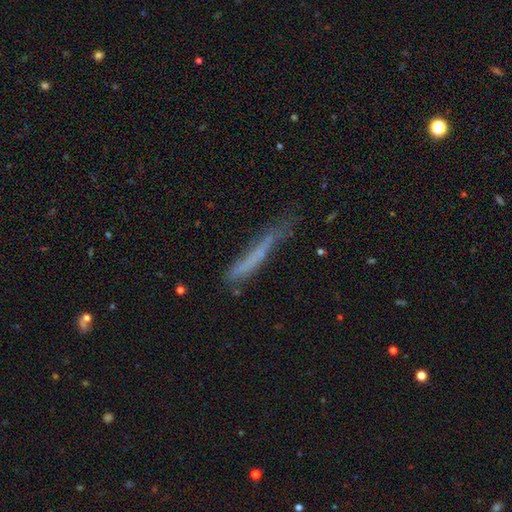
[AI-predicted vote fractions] smooth 56%, featured or disk 32%, star or artifact 11%. Down the decision tree: how rounded — cigar-shaped (94%); merging — none (52%).